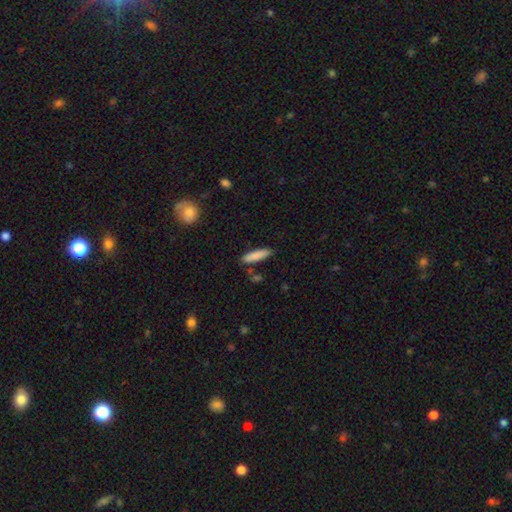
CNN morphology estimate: type=smooth (85%); roundness=cigar-shaped (72%); merging=none (82%).